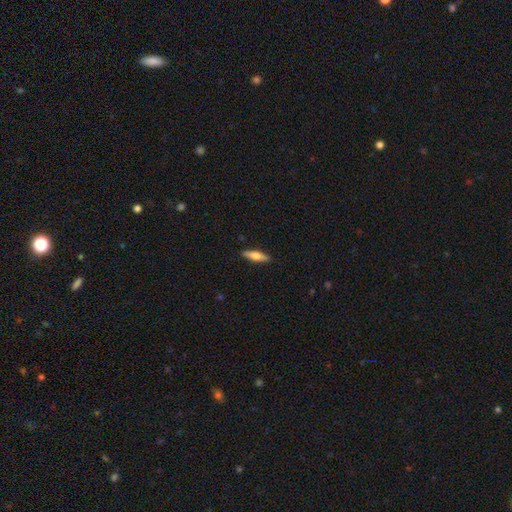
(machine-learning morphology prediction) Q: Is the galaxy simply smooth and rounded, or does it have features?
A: smooth — 62%.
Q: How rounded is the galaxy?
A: cigar-shaped — 64%.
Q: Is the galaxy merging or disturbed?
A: none — 89%.